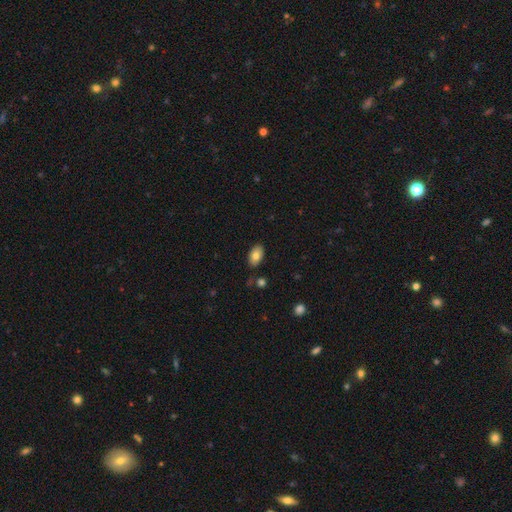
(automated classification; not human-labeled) A smooth galaxy with no disk features (80%) that is in between round and cigar-shaped (92%). Merging: none (84%).